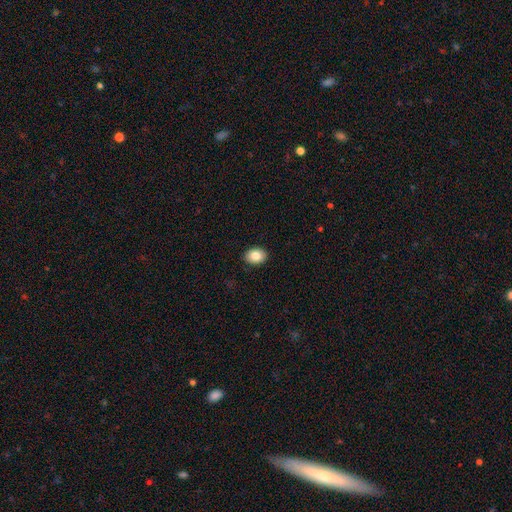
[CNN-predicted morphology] Overall: smooth (84%). How rounded: in between (69%; round 30%). Merging: none (91%).